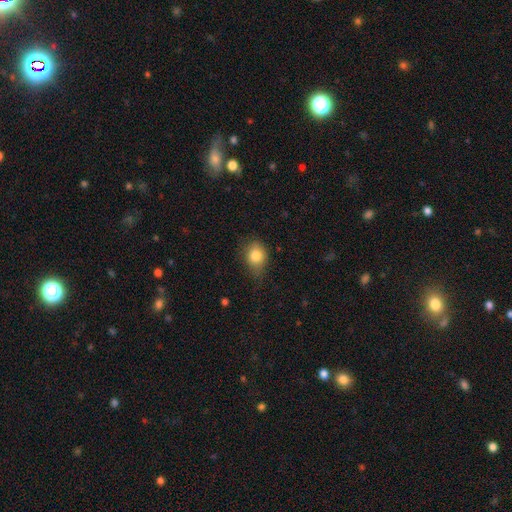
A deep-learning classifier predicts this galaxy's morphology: Overall: smooth (82%). How rounded: in between (51%; round 48%). Merging: none (60%; minor disturbance 31%).